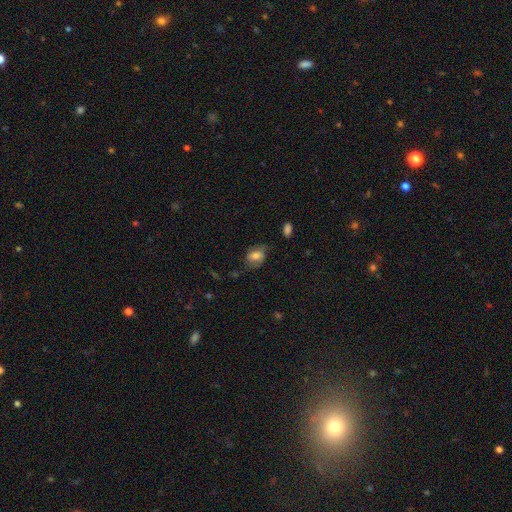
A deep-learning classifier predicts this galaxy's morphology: The model was most divided on "merging": none: 57%, minor disturbance: 27%, major disturbance: 13%, merger: 2%. More confident: how rounded — in between (73%); smooth or featured — smooth (61%).